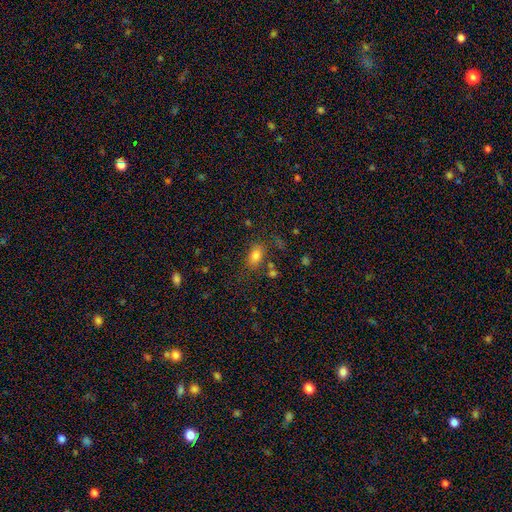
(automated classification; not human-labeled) This appears to be a smooth galaxy with no disk features (80%) that is in between round and cigar-shaped (80%). Merging: none (71%).